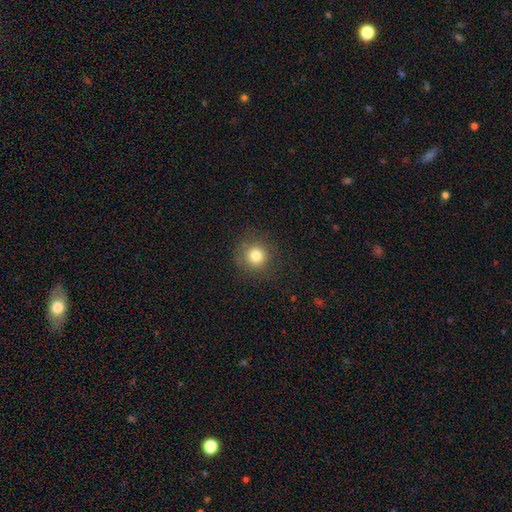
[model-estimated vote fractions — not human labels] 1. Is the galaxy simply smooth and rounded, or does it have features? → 80% smooth, 12% star or artifact, 8% featured or disk.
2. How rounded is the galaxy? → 93% round, 6% in between, 1% cigar-shaped.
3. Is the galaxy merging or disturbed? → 85% none, 10% minor disturbance, 4% major disturbance, 1% merger.